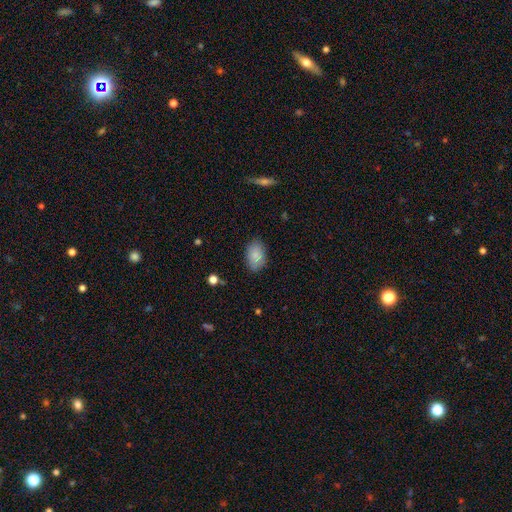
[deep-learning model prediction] Smooth or featured? Predicted: smooth (p=0.85). How rounded? Predicted: in between (p=0.88). Merging? Predicted: none (p=0.82).